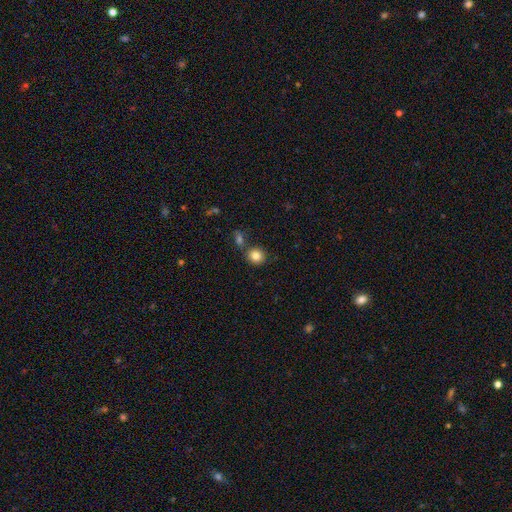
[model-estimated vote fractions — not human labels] Morphology: type=smooth (83%); roundness=round (83%); merging=none (74%).